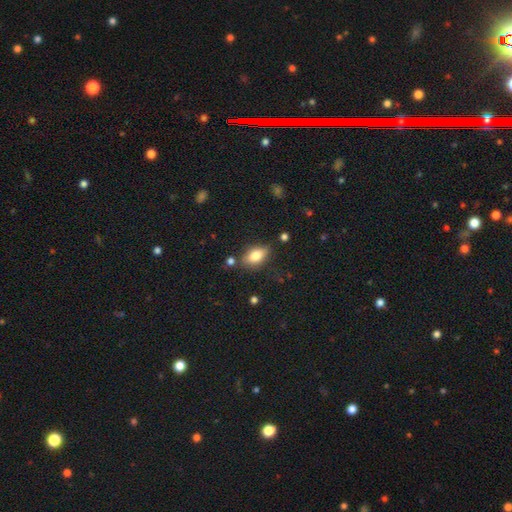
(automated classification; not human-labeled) Smooth or featured?
  - smooth: 77% *
  - featured or disk: 15%
  - star or artifact: 8%
How rounded?
  - in between: 88% *
  - cigar-shaped: 6%
  - round: 6%
Merging?
  - none: 75% *
  - minor disturbance: 16%
  - merger: 5%
  - major disturbance: 4%